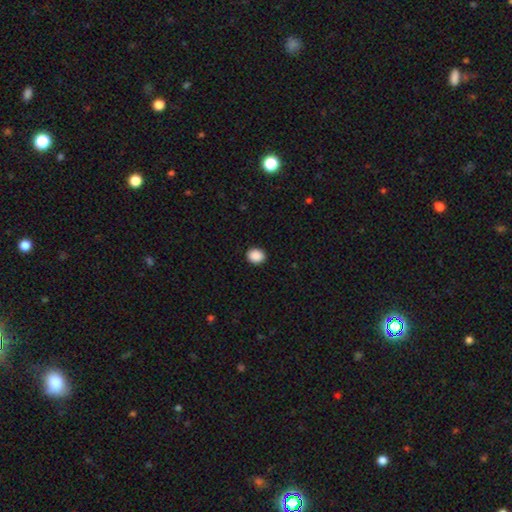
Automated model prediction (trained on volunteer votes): Smooth or featured? Predicted: smooth (p=0.90). How rounded? Predicted: round (p=0.65). Merging? Predicted: none (p=0.91).